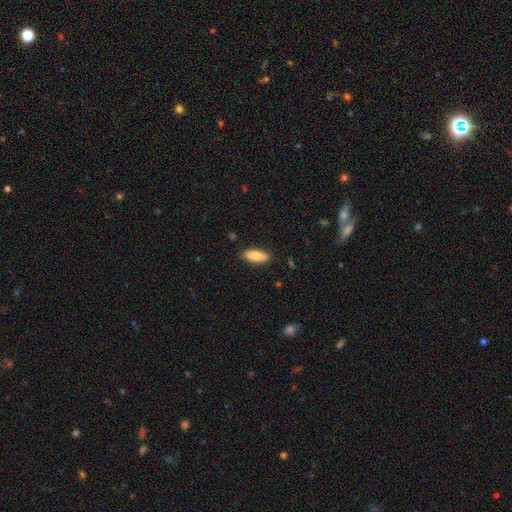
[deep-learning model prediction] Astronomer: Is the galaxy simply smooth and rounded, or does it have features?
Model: smooth — 82%.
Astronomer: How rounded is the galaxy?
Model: in between — 69%.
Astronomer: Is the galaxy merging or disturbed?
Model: none — 87%.